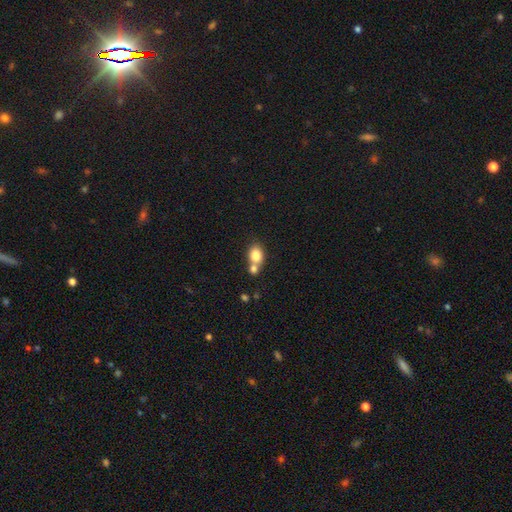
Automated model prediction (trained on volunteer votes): A smooth galaxy with no disk features (82%) that is in between round and cigar-shaped (54%). Merging: merger (46%).